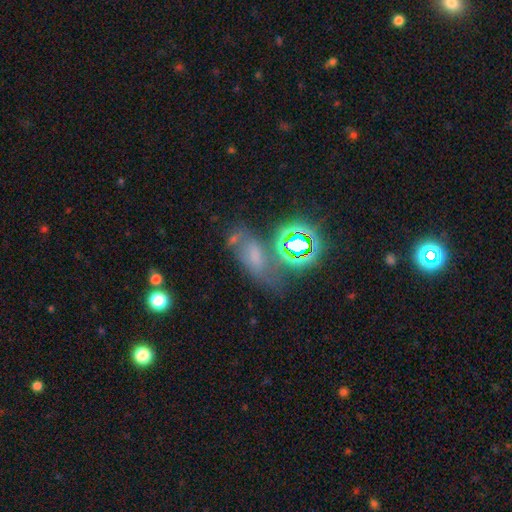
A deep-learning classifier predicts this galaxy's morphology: smooth 41%, star or artifact 33%, featured or disk 26%. Down the decision tree: merging — none (46%).